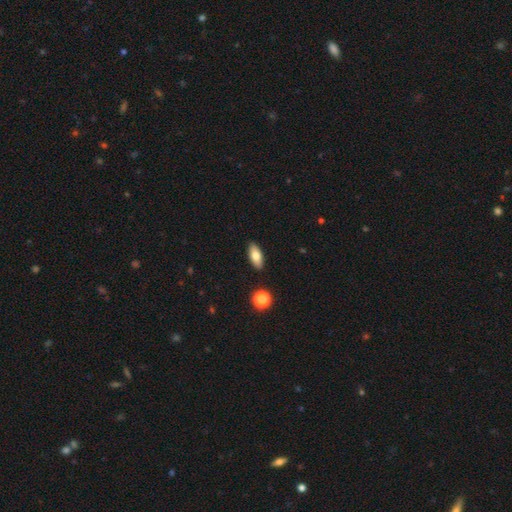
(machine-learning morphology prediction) Smooth or featured: smooth — 76% (featured or disk — 17%)
How rounded: in between — 83% (cigar-shaped — 13%)
Merging: none — 89% (minor disturbance — 8%)